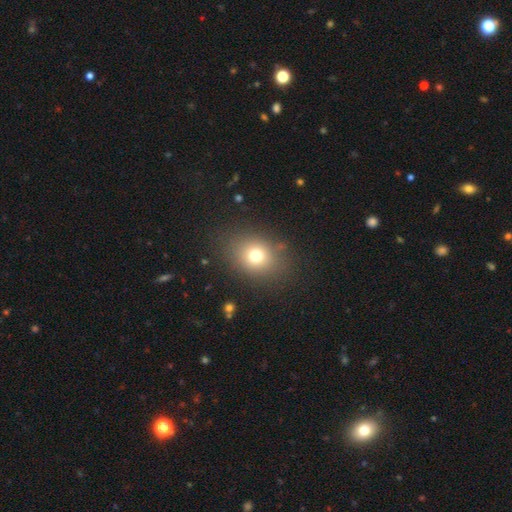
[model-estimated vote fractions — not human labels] Q: Smooth or featured?
A: smooth (73%); runner-up: star or artifact (16%)
Q: How rounded?
A: round (61%); runner-up: in between (38%)
Q: Merging?
A: none (84%); runner-up: minor disturbance (9%)